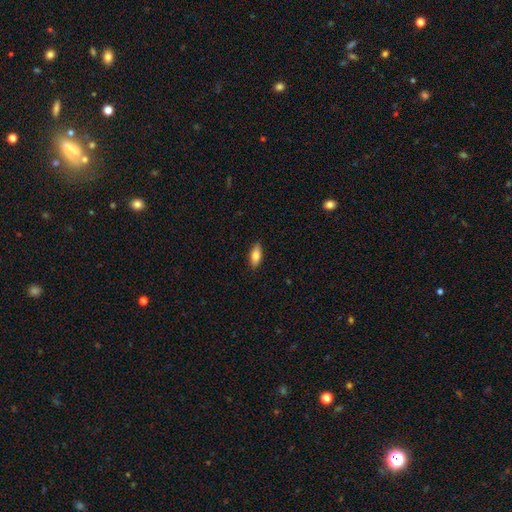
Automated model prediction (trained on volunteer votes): Morphology: type=smooth (78%); roundness=in between (83%); merging=none (88%).